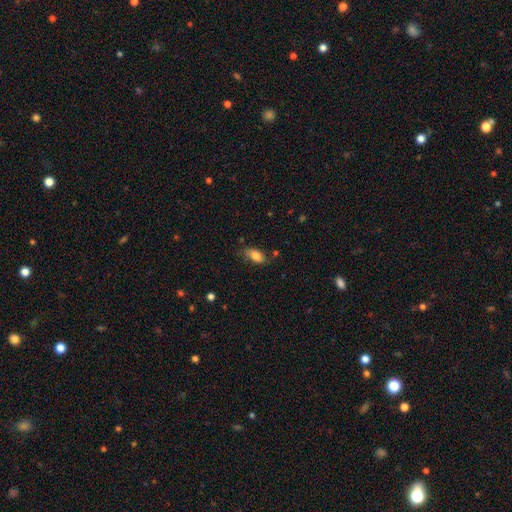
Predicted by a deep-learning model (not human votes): Smooth or featured: smooth — 78% (featured or disk — 14%)
How rounded: in between — 87% (cigar-shaped — 8%)
Merging: none — 70% (minor disturbance — 23%)